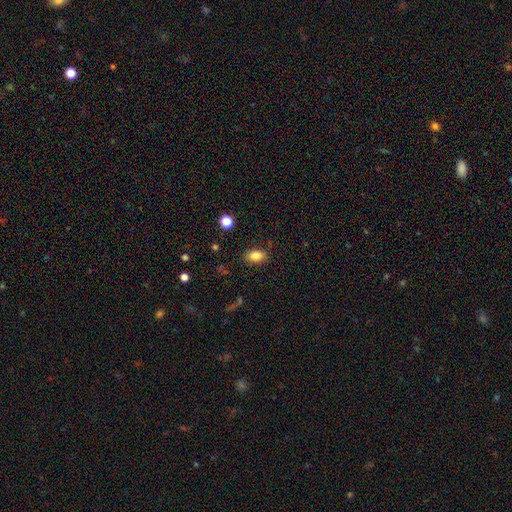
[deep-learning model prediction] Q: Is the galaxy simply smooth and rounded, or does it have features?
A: smooth — 83%.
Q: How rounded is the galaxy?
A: in between — 84%.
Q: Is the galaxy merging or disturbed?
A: none — 85%.